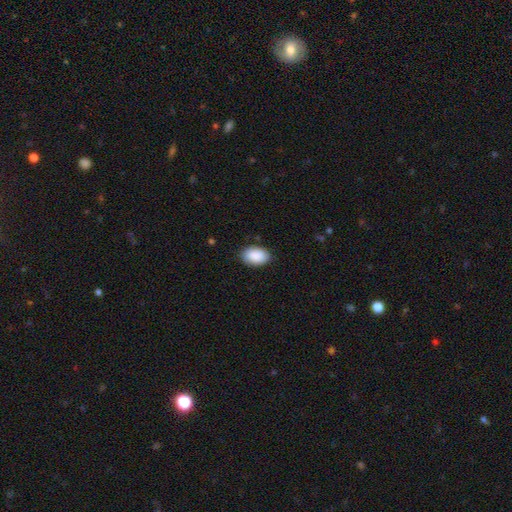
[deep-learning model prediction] Smooth or featured? smooth (90%)
How rounded? in between (89%)
Merging? none (84%)